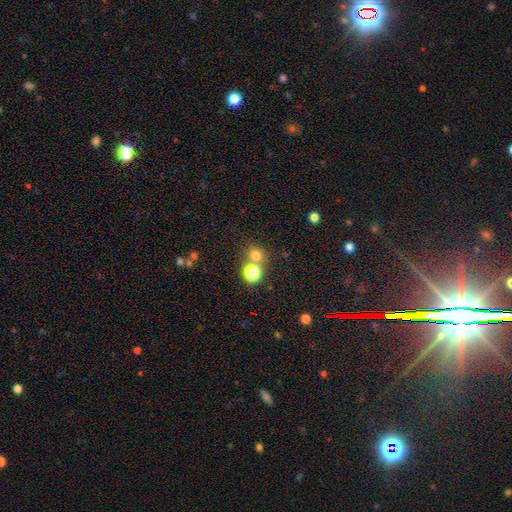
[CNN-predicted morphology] The model was most divided on "merging": none: 68%, merger: 21%, minor disturbance: 8%, major disturbance: 3%. More confident: how rounded — round (84%); smooth or featured — smooth (71%).